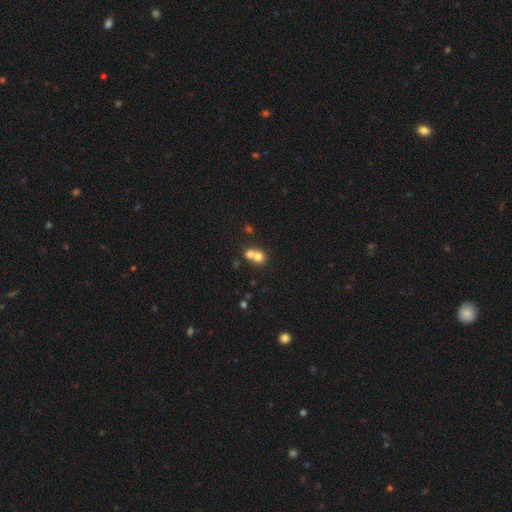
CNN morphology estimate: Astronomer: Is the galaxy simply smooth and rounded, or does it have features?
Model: smooth — 72%.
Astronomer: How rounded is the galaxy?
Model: round — 82%.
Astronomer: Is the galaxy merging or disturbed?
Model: merger — 61%.